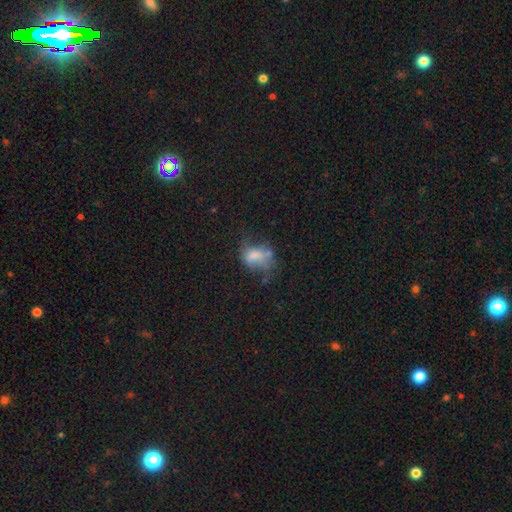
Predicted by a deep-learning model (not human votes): Overall: smooth (55%; featured or disk 32%). How rounded: in between (78%). Merging: major disturbance (34%; none 28%).